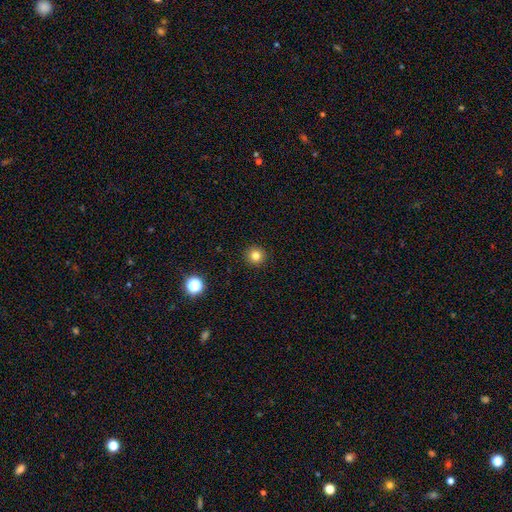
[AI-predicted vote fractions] This is clearly a smooth galaxy (81%). How rounded: clearly round (95%). Merging: clearly none (93%).